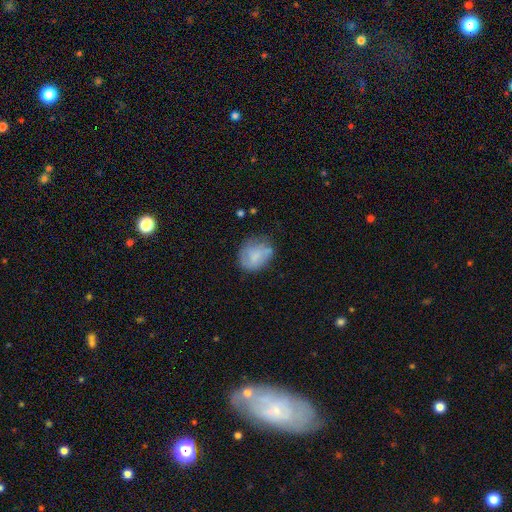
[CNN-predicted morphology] Smooth or featured? Predicted: smooth (p=0.68). How rounded? Predicted: round (p=0.52). Merging? Predicted: none (p=0.55).